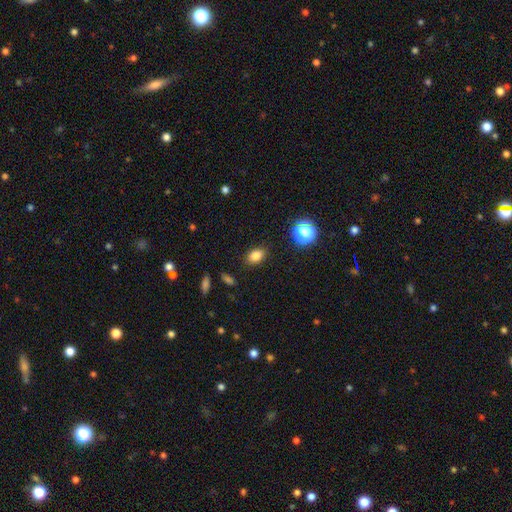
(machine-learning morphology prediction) type=smooth (82%); roundness=in between (75%); merging=none (86%).